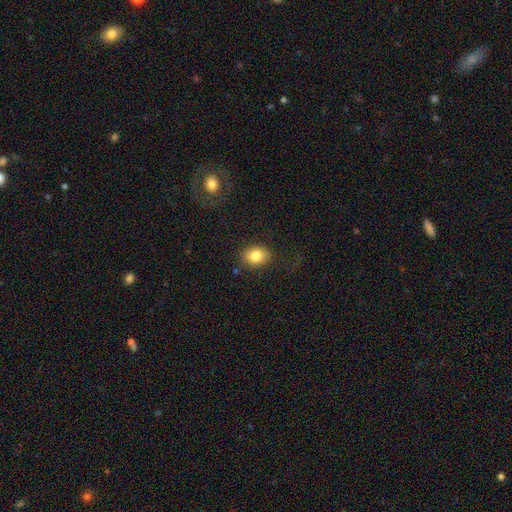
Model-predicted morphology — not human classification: Smooth or featured? smooth (82%)
How rounded? in between (50%)
Merging? none (80%)